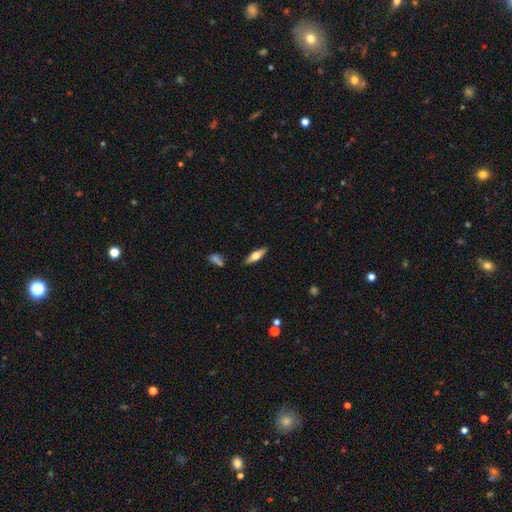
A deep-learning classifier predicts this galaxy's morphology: A smooth galaxy with no disk features (51%) that is cigar-shaped (56%). Merging: none (87%).